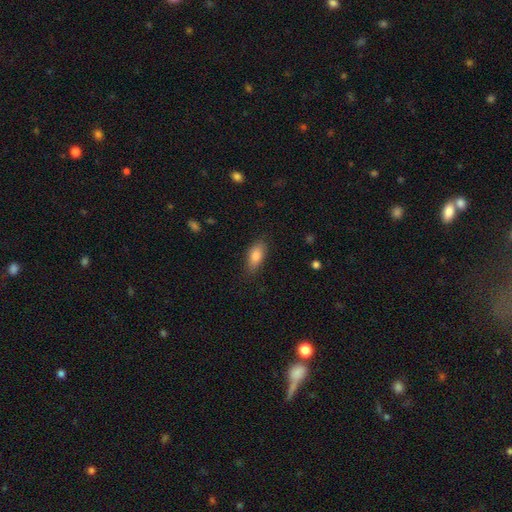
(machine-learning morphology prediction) smooth 83%, featured or disk 10%, star or artifact 7%. Down the decision tree: how rounded — in between (87%); merging — none (81%).